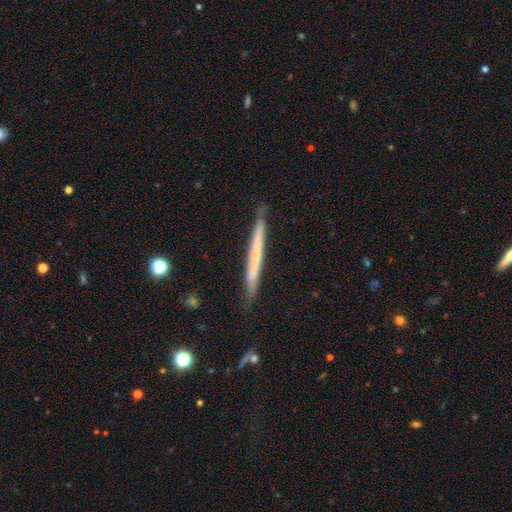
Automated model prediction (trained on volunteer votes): Smooth or featured? Predicted: featured or disk (p=0.51). Edge-on disk? Predicted: yes (p=0.95). Merging? Predicted: none (p=0.86).